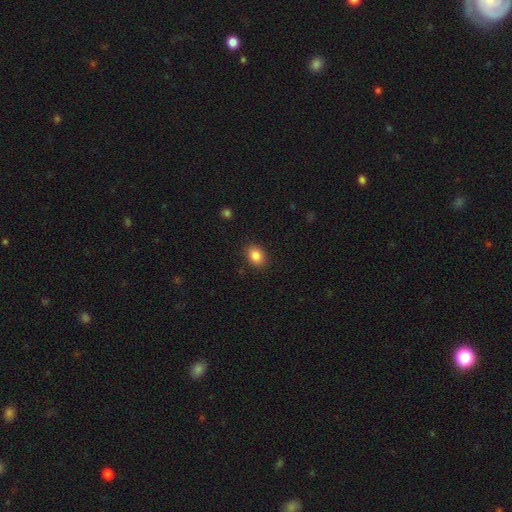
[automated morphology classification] This is clearly a smooth galaxy (86%). How rounded: likely in between (66%). Merging: clearly none (88%).